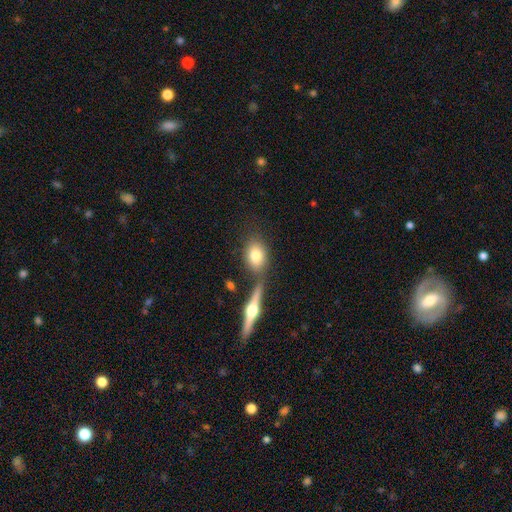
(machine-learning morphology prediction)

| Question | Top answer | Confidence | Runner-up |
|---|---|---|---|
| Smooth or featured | smooth | 73% | featured or disk (19%) |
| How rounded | in between | 69% | round (27%) |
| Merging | none | 67% | merger (18%) |